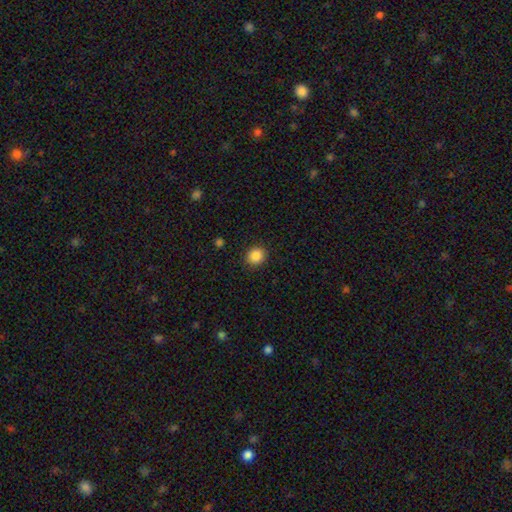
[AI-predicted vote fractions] Smooth or featured? Predicted: smooth (p=0.87). How rounded? Predicted: round (p=0.80). Merging? Predicted: none (p=0.89).